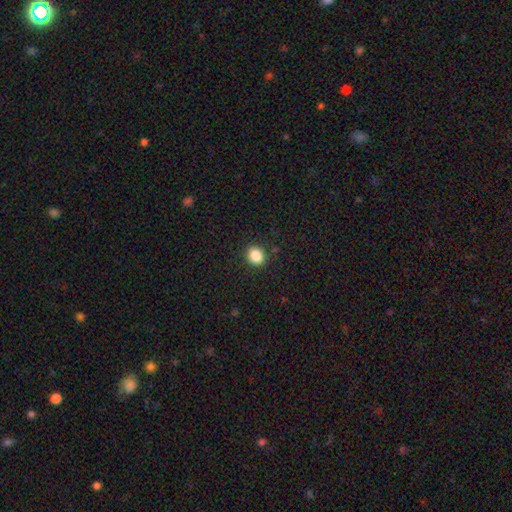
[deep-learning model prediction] smooth_or_featured: smooth (p=0.87) [alt: star or artifact p=0.10]
how_rounded: round (p=0.64) [alt: in between p=0.35]
merging: none (p=0.89) [alt: minor disturbance p=0.07]